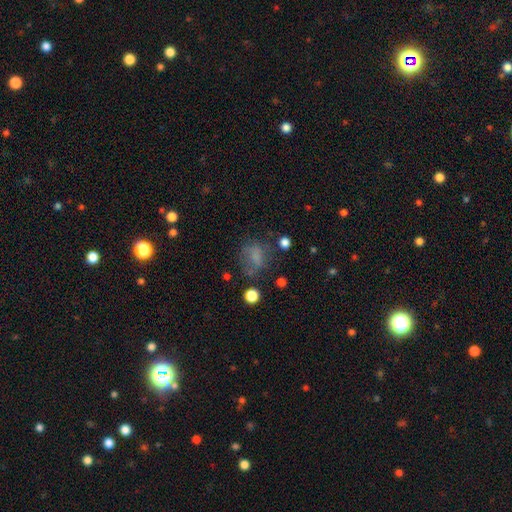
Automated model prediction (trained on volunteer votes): Overall: smooth (62%). How rounded: round (50%; in between 48%). Merging: none (51%; major disturbance 22%).